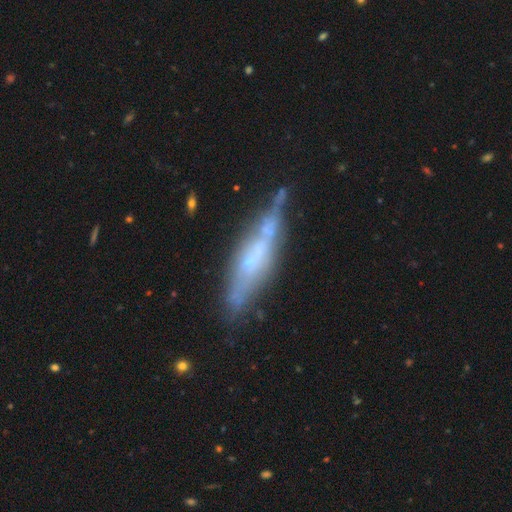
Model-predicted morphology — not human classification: This is likely a featured or disk galaxy (66%). It is likely viewed edge-on (68%). Merging: possibly none (59%).